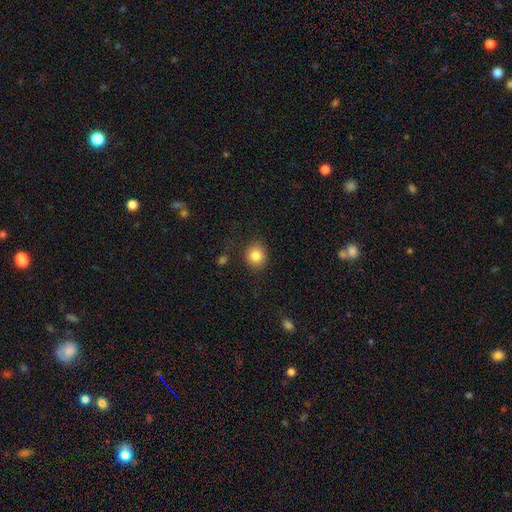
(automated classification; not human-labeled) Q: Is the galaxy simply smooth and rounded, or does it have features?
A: smooth — 84%.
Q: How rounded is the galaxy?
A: round — 78%.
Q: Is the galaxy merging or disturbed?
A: none — 84%.